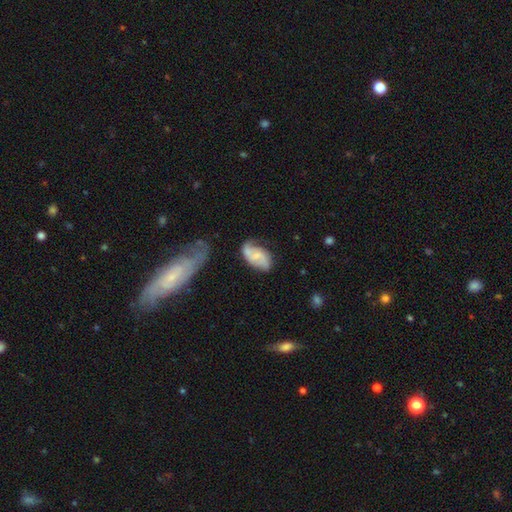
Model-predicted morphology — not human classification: Smooth or featured? featured or disk (65%)
Edge-on disk? no (97%)
Bar? no (46%)
Spiral arms? yes (90%)
Spiral winding? medium (42%)
Spiral arm count? 2 (81%)
Bulge size? none (40%)
Merging? none (54%)